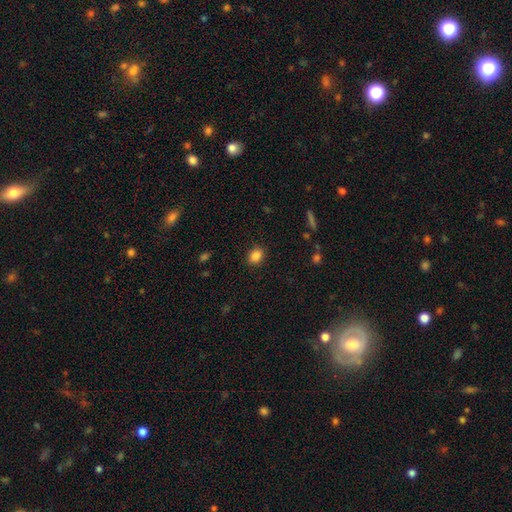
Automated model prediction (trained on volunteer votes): Smooth or featured: smooth — 86% (star or artifact — 10%)
How rounded: in between — 64% (round — 34%)
Merging: none — 87% (minor disturbance — 9%)